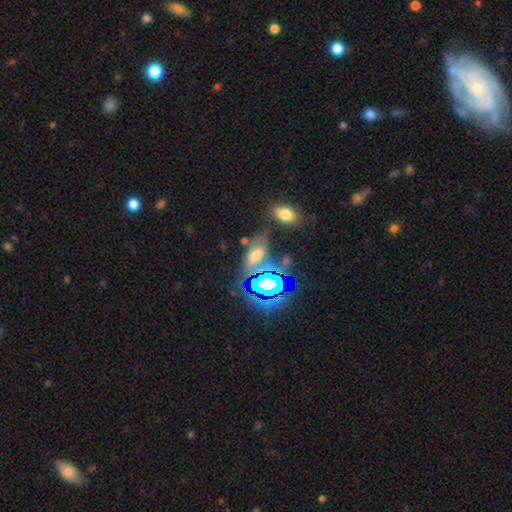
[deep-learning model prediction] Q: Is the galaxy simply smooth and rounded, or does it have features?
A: star or artifact — 40%.